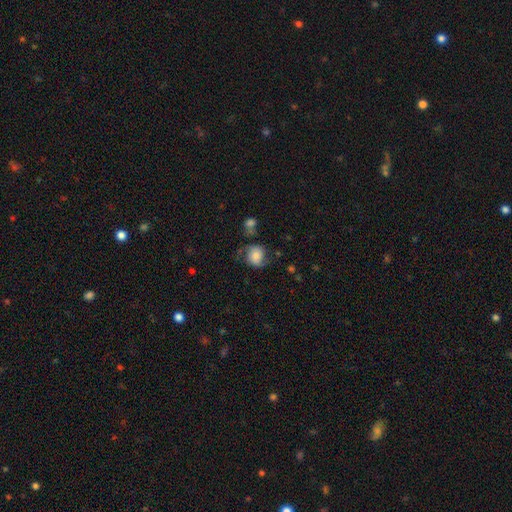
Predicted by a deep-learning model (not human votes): This is possibly a smooth galaxy (54%). How rounded: likely round (68%). Merging: possibly none (54%).